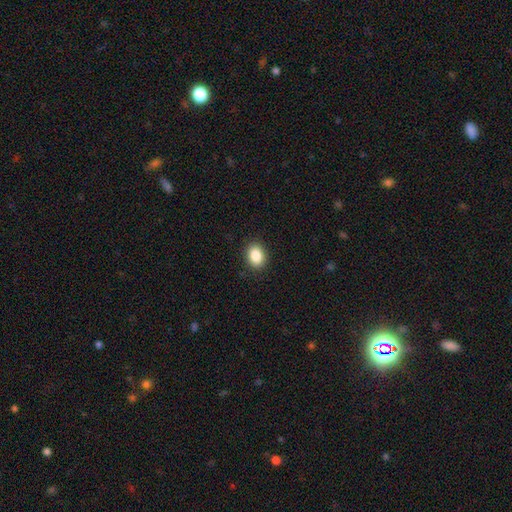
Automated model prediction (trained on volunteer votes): smooth-or-featured: smooth: 87% | star or artifact: 9% | featured or disk: 4%
  how-rounded: in between: 62% | round: 37% | cigar-shaped: 1%
  merging: none: 90% | minor disturbance: 7% | major disturbance: 2% | merger: 1%